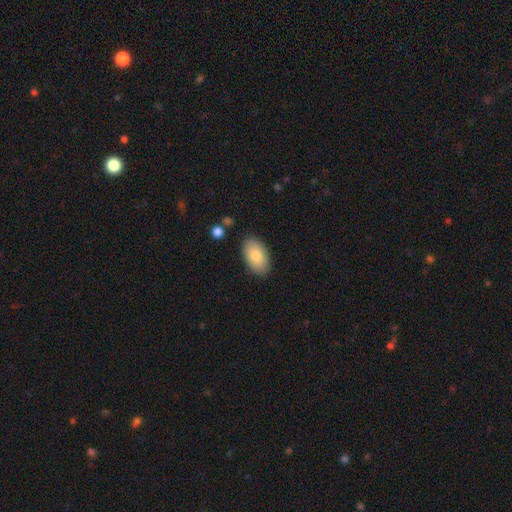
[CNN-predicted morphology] Smooth or featured? Predicted: smooth (p=0.80). How rounded? Predicted: in between (p=0.94). Merging? Predicted: none (p=0.86).